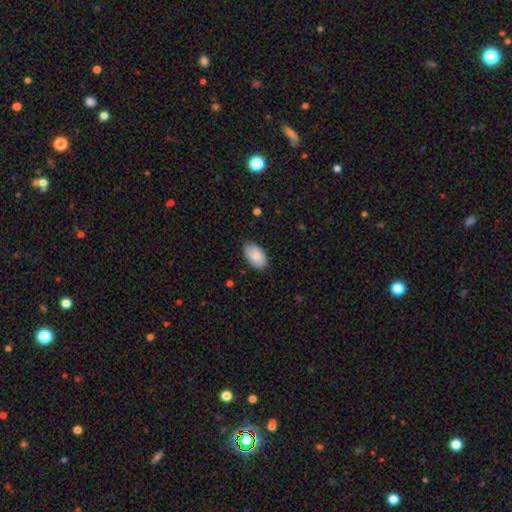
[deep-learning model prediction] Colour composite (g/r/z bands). It shows a smooth galaxy with no disk features (87%) that is in between round and cigar-shaped (94%). Merging: none (80%).